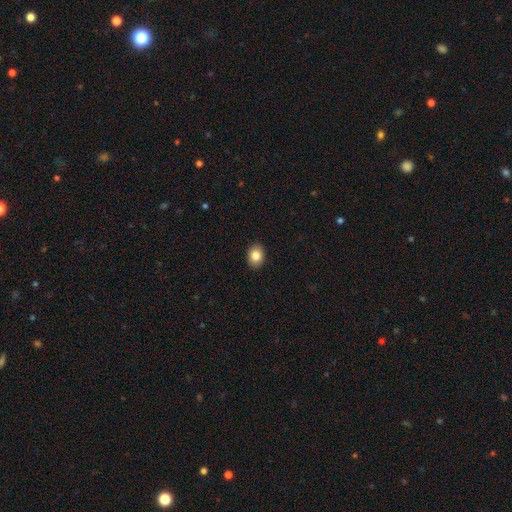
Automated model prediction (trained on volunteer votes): smooth 84%, star or artifact 8%, featured or disk 7%. Down the decision tree: how rounded — in between (63%); merging — none (91%).